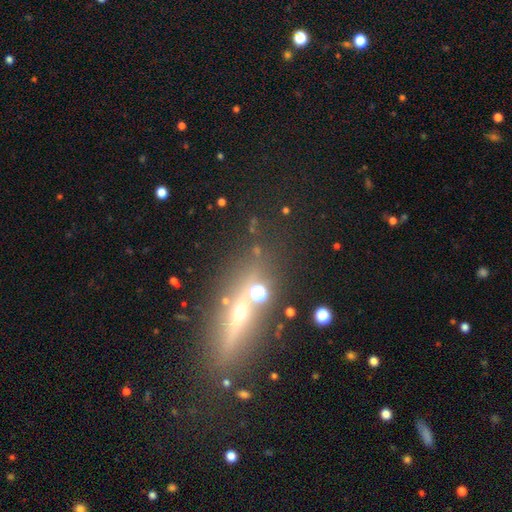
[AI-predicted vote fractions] Morphology: type=featured or disk (40%); merging=none (61%).